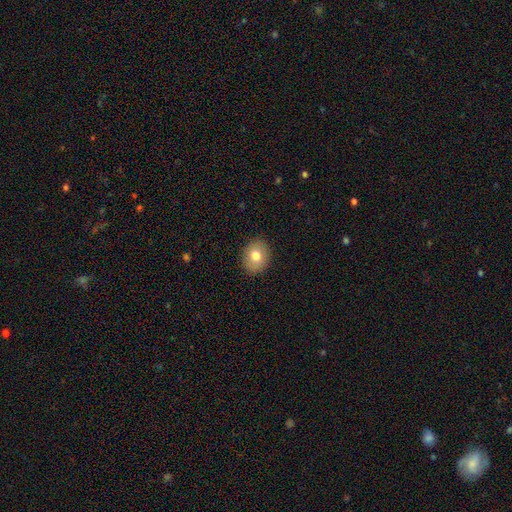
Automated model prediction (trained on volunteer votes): This appears to be a smooth galaxy with no disk features (77%) that is round (55%). Merging: none (89%).